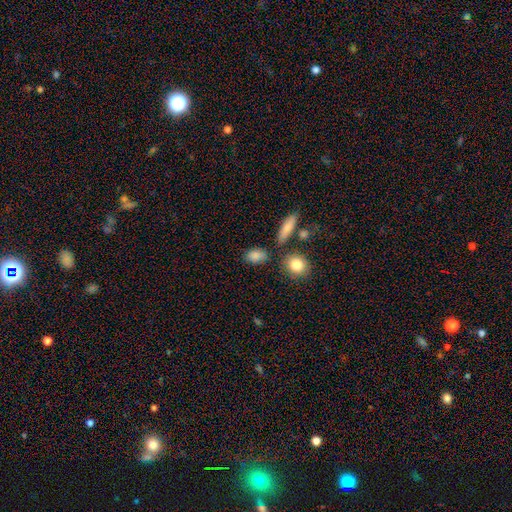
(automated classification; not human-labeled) This appears to be a smooth galaxy with no disk features (85%) that is in between round and cigar-shaped (75%). Merging: none (74%).